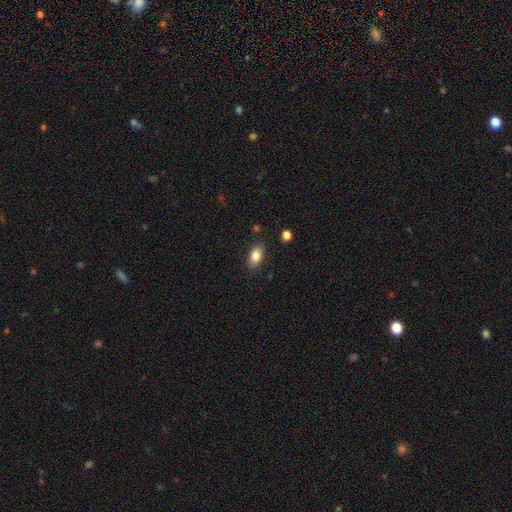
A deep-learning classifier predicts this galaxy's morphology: This appears to be a smooth galaxy with no disk features (84%) that is in between round and cigar-shaped (88%). Merging: none (85%).